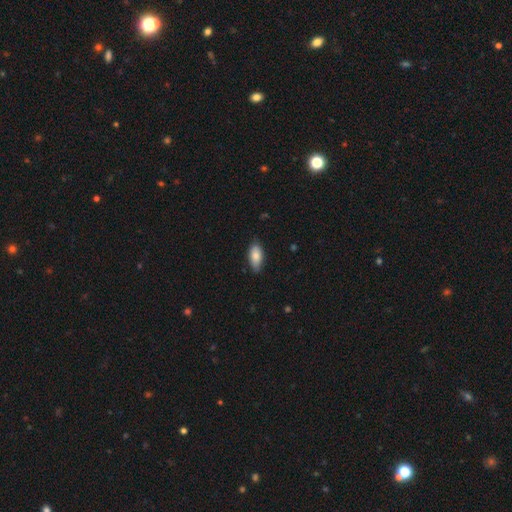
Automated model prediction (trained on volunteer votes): Morphology: type=smooth (83%); roundness=in between (89%); merging=none (79%).